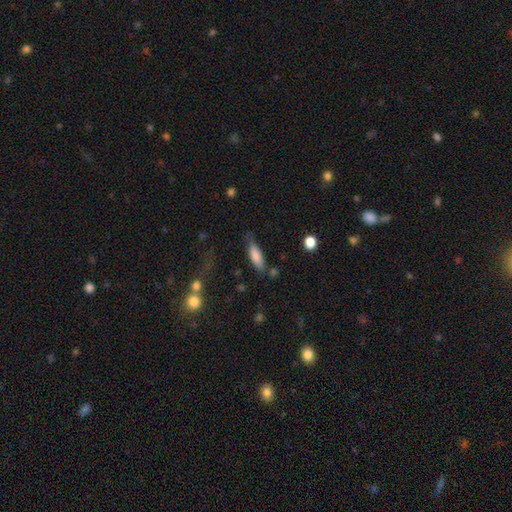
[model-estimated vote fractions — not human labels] The model was most divided on "how rounded": in between: 54%, cigar-shaped: 44%, round: 2%. More confident: smooth or featured — smooth (81%); merging — none (60%).